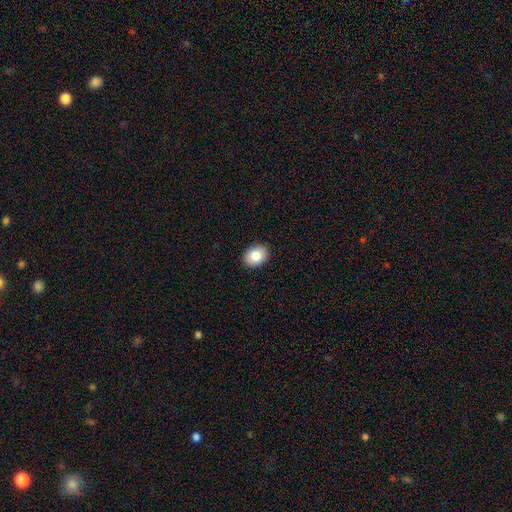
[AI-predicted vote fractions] Smooth or featured: smooth — 83% (featured or disk — 9%)
How rounded: in between — 65% (round — 34%)
Merging: none — 91% (minor disturbance — 7%)